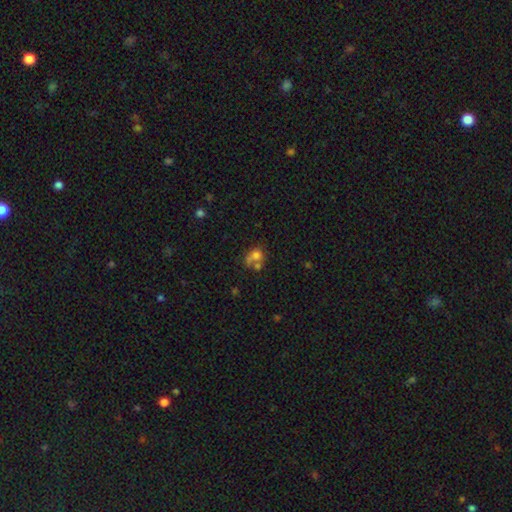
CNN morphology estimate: Q: Smooth or featured?
A: smooth (68%); runner-up: featured or disk (19%)
Q: How rounded?
A: round (63%); runner-up: in between (36%)
Q: Merging?
A: merger (47%); runner-up: none (31%)